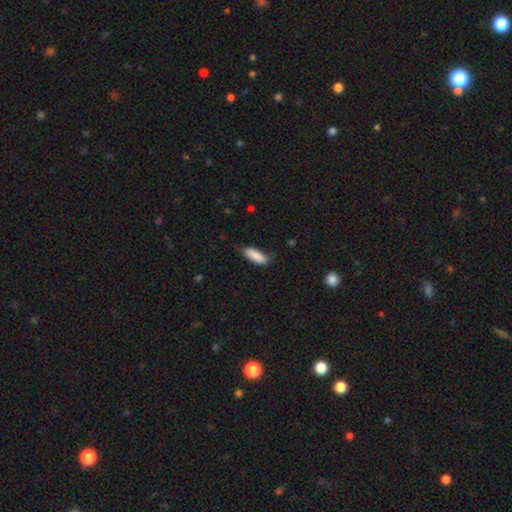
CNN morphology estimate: A smooth galaxy with no disk features (88%) that is in between round and cigar-shaped (63%). Merging: none (77%).